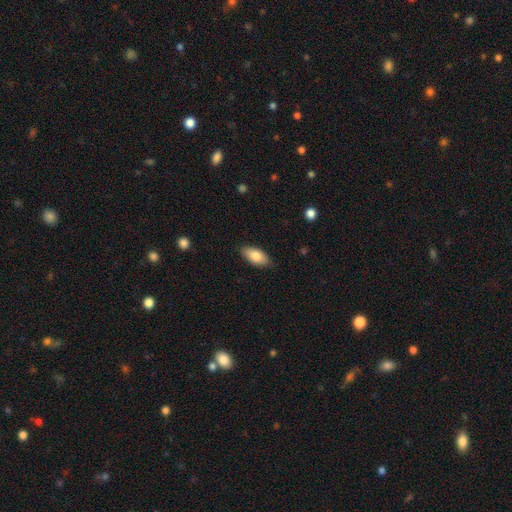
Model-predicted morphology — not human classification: This is clearly a smooth galaxy (82%). How rounded: clearly in between (90%). Merging: clearly none (86%).